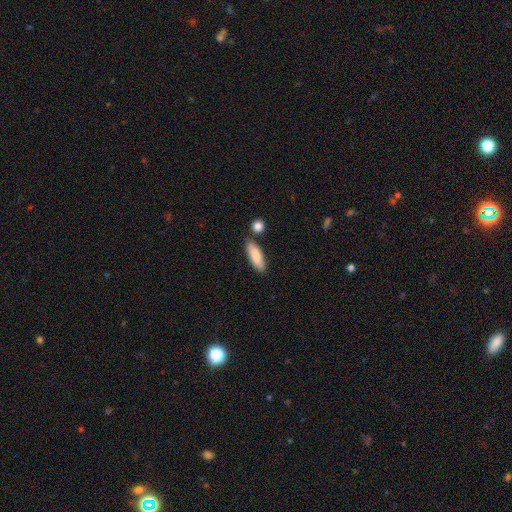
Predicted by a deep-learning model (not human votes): Smooth or featured?
  - smooth: 85% *
  - featured or disk: 9%
  - star or artifact: 6%
How rounded?
  - in between: 55% *
  - cigar-shaped: 42%
  - round: 2%
Merging?
  - none: 74% *
  - minor disturbance: 14%
  - merger: 9%
  - major disturbance: 3%